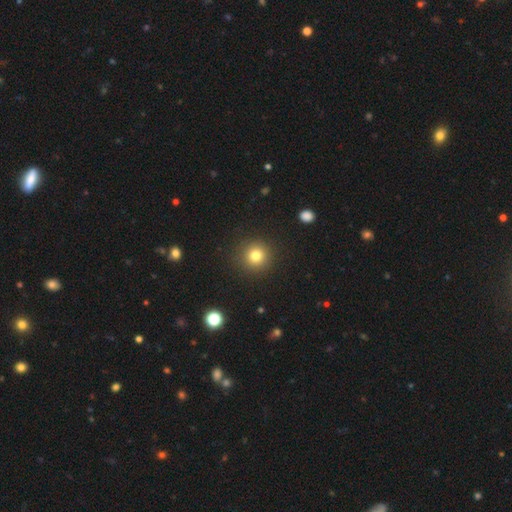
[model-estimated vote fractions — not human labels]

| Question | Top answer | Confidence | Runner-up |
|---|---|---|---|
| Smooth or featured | smooth | 79% | star or artifact (13%) |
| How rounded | round | 94% | in between (5%) |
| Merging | none | 91% | minor disturbance (6%) |